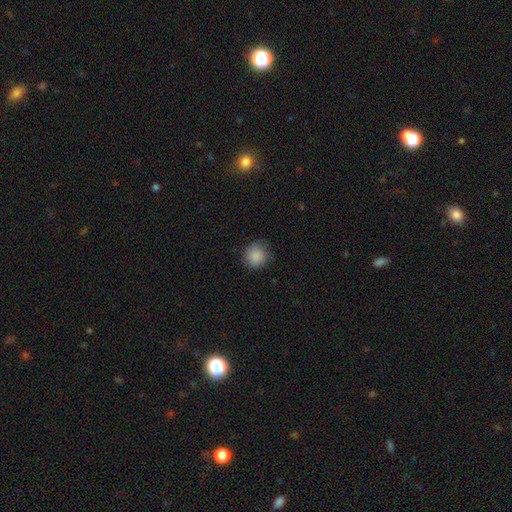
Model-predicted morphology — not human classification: This is clearly a smooth galaxy (88%). How rounded: clearly round (91%). Merging: clearly none (82%).